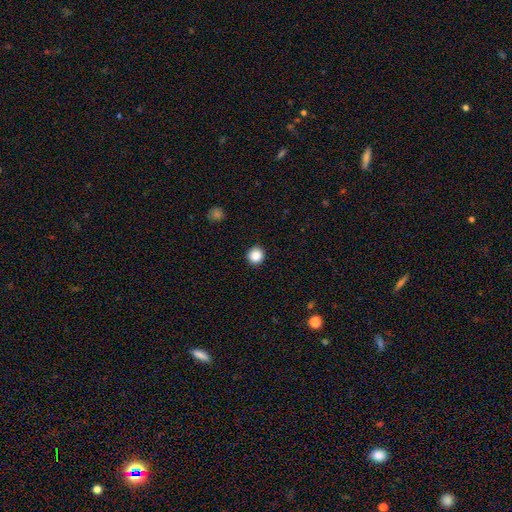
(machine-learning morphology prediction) Smooth or featured?
  - smooth: 87% *
  - star or artifact: 10%
  - featured or disk: 3%
How rounded?
  - round: 93% *
  - in between: 6%
  - cigar-shaped: 1%
Merging?
  - none: 92% *
  - minor disturbance: 5%
  - major disturbance: 2%
  - merger: 1%